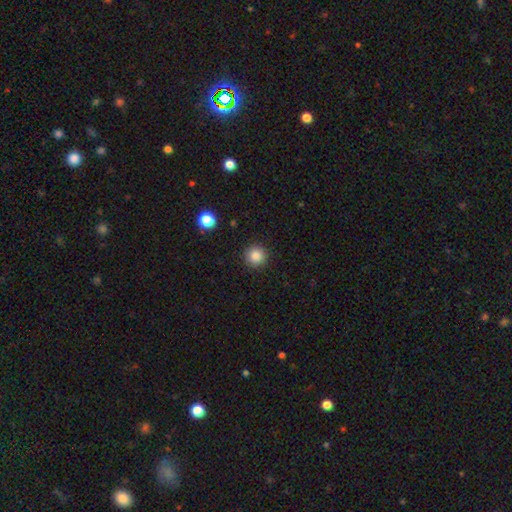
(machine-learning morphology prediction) A smooth galaxy with no disk features (86%) that is round (96%).

Vote fractions:
- Smooth or featured? smooth: 86% / star or artifact: 10% / featured or disk: 4%
- How rounded? round: 96% / in between: 4% / cigar-shaped: 1%
- Merging? none: 92% / minor disturbance: 5% / major disturbance: 2% / merger: 1%